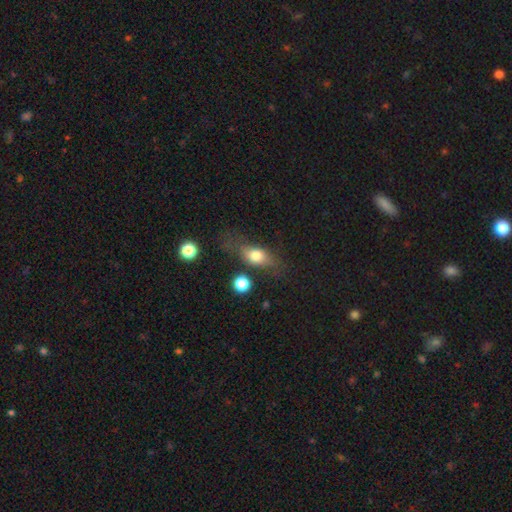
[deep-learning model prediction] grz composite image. It shows a smooth galaxy with no disk features (69%) that is in between round and cigar-shaped (68%). Merging: none (54%).